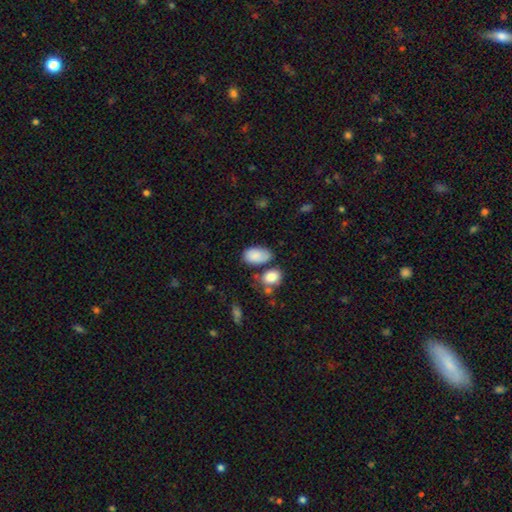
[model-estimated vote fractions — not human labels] smooth-or-featured: smooth: 83% | featured or disk: 9% | star or artifact: 7%
  how-rounded: in between: 91% | round: 8% | cigar-shaped: 1%
  merging: none: 50% | minor disturbance: 25% | merger: 16% | major disturbance: 9%